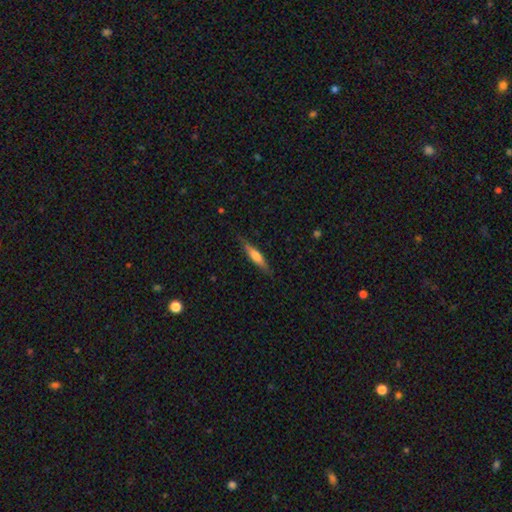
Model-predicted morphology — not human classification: Smooth or featured? smooth (53%)
How rounded? cigar-shaped (82%)
Merging? none (82%)